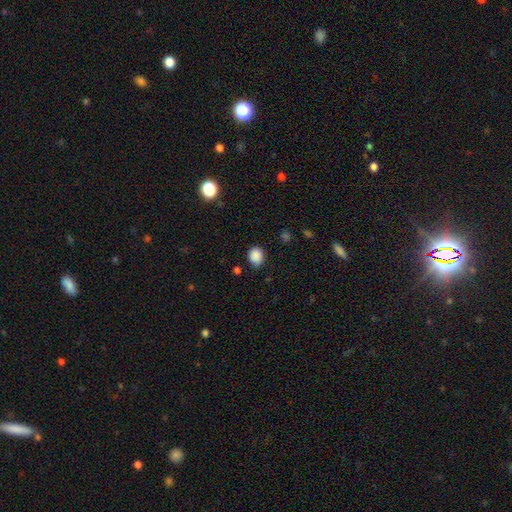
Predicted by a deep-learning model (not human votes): Smooth or featured?
  - smooth: 88% *
  - star or artifact: 9%
  - featured or disk: 3%
How rounded?
  - round: 62% *
  - in between: 38%
  - cigar-shaped: 1%
Merging?
  - none: 80% *
  - minor disturbance: 15%
  - major disturbance: 3%
  - merger: 2%